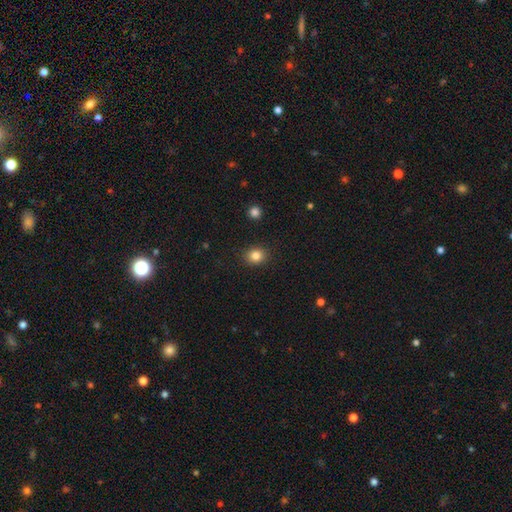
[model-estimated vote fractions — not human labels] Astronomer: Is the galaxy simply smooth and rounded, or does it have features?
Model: smooth — 83%.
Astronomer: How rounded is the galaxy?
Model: round — 72%.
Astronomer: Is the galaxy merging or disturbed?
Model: none — 90%.